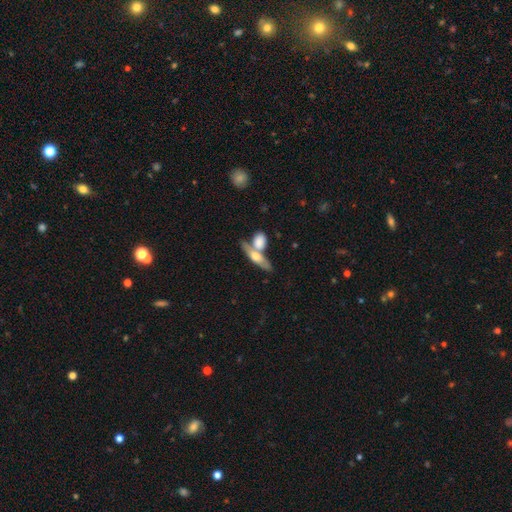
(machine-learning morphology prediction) type=smooth (51%); roundness=in between (48%); merging=merger (44%).